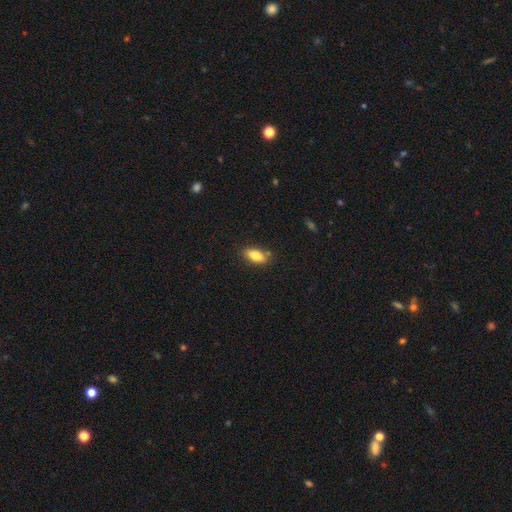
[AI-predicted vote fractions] Smooth or featured: smooth — 83% (featured or disk — 10%)
How rounded: in between — 88% (cigar-shaped — 8%)
Merging: none — 80% (minor disturbance — 14%)